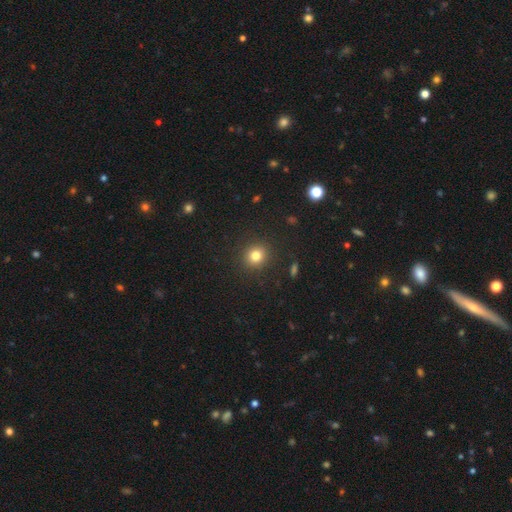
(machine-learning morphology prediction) Overall: smooth (80%). How rounded: round (87%). Merging: none (90%).